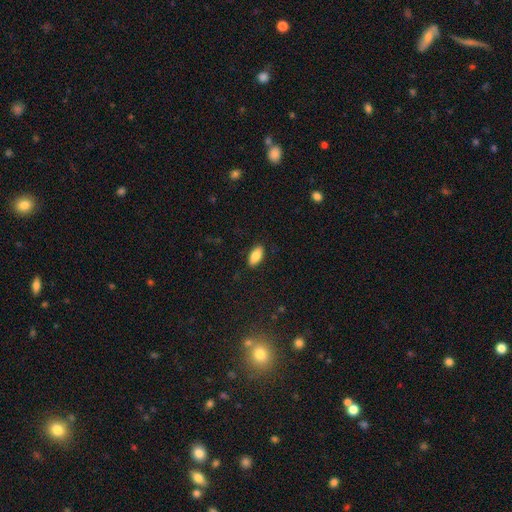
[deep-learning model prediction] Morphology: type=smooth (84%); roundness=in between (89%); merging=none (88%).